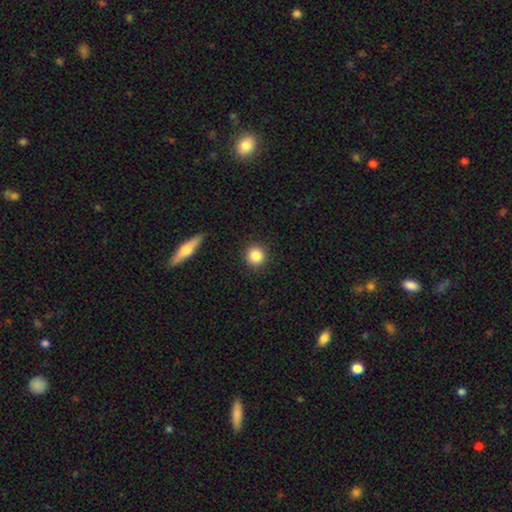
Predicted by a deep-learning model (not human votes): Q: Smooth or featured?
A: smooth (86%); runner-up: star or artifact (9%)
Q: How rounded?
A: round (93%); runner-up: in between (6%)
Q: Merging?
A: none (90%); runner-up: minor disturbance (6%)